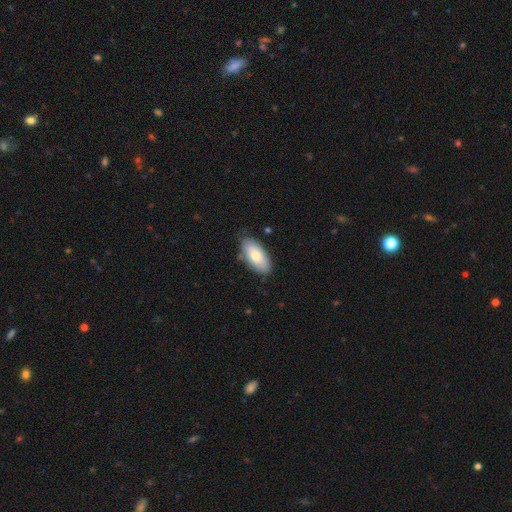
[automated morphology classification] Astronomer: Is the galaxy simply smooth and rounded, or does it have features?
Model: smooth — 74%.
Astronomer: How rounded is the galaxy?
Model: in between — 92%.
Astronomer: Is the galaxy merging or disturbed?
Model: none — 81%.